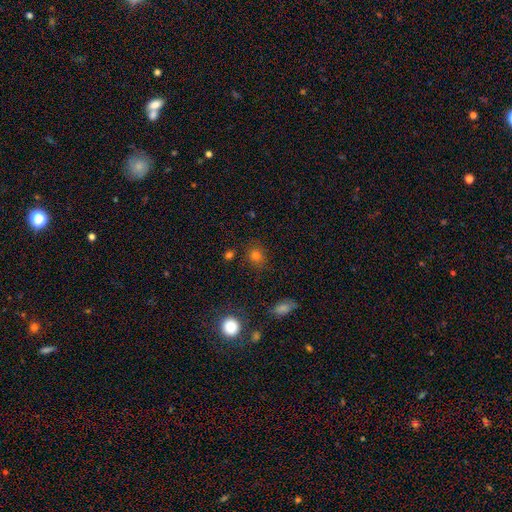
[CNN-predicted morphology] A smooth galaxy with no disk features (75%) that is round (73%). Merging: none (80%).